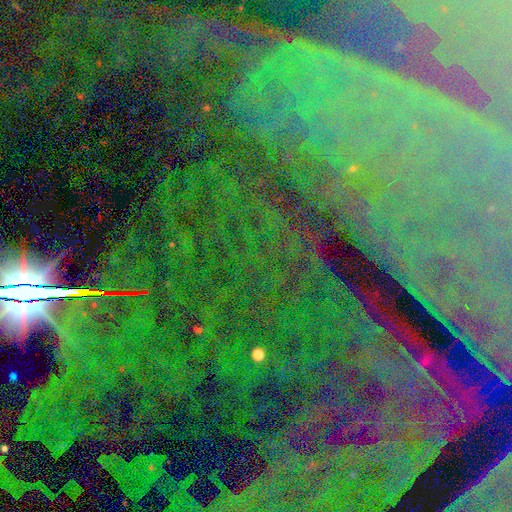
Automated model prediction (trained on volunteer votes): Morphology: type=star or artifact (84%).